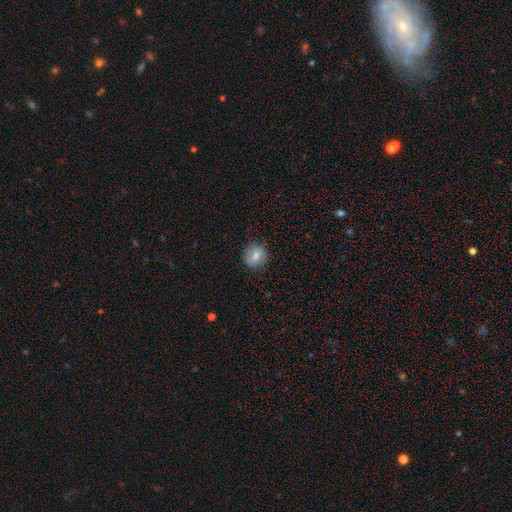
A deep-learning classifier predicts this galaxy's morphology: type=smooth (75%); roundness=round (85%); merging=none (85%).